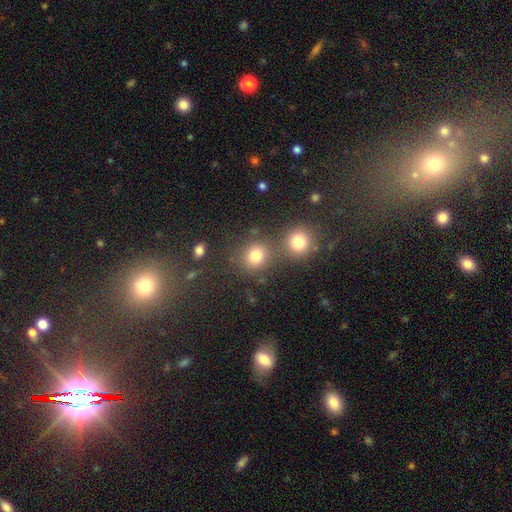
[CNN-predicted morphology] smooth_or_featured: smooth (p=0.78) [alt: star or artifact p=0.15]
how_rounded: round (p=0.81) [alt: in between p=0.18]
merging: none (p=0.59) [alt: merger p=0.28]